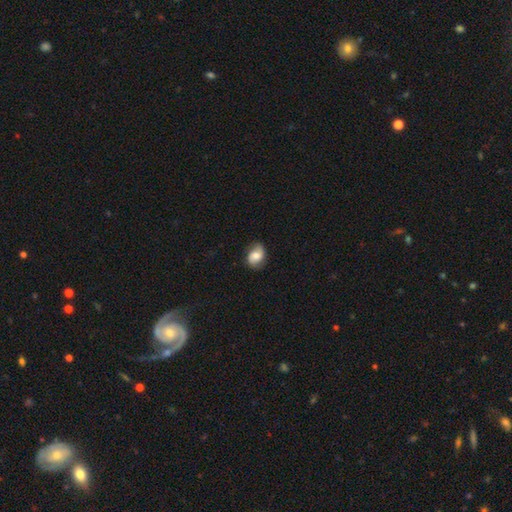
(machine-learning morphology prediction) Q: Smooth or featured?
A: smooth (53%); runner-up: featured or disk (38%)
Q: How rounded?
A: in between (63%); runner-up: round (35%)
Q: Merging?
A: none (74%); runner-up: minor disturbance (19%)